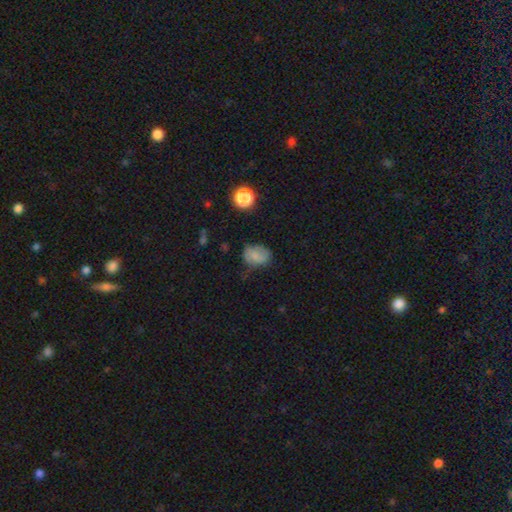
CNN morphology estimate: Smooth or featured? Predicted: smooth (p=0.73). How rounded? Predicted: in between (p=0.65). Merging? Predicted: none (p=0.56).